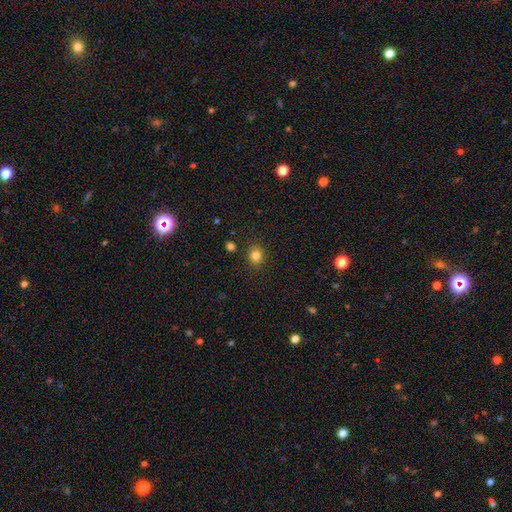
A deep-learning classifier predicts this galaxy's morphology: Overall: smooth (82%). How rounded: round (76%). Merging: none (88%).